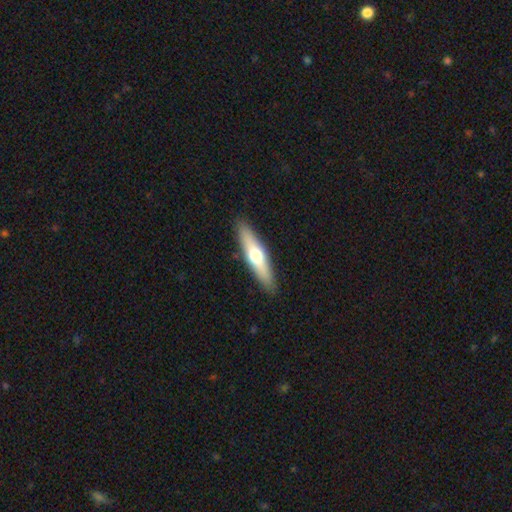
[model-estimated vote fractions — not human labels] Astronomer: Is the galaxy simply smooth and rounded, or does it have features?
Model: smooth — 53% (runner-up: featured or disk, 42%).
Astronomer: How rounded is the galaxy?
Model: cigar-shaped — 73%.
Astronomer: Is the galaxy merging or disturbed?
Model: none — 90%.